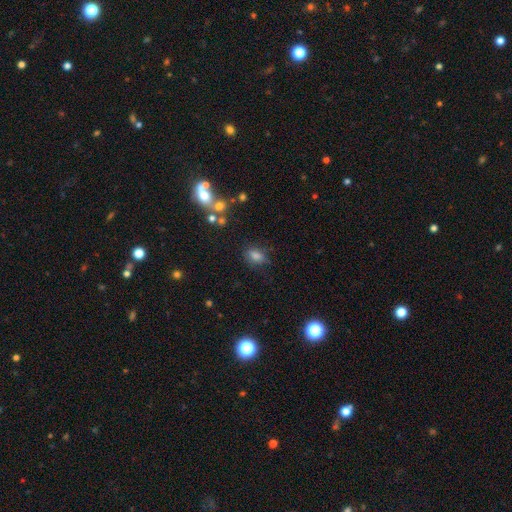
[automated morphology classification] type=smooth (78%); roundness=in between (79%); merging=none (73%).